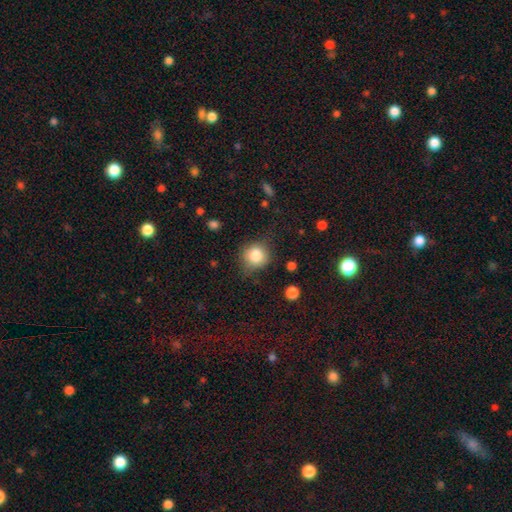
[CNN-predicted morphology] smooth_or_featured: smooth (p=0.81) [alt: star or artifact p=0.10]
how_rounded: round (p=0.84) [alt: in between p=0.15]
merging: none (p=0.69) [alt: minor disturbance p=0.22]